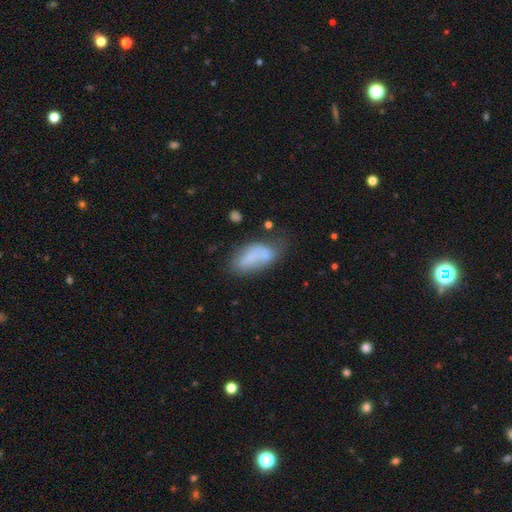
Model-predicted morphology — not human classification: Smooth or featured? Predicted: smooth (p=0.66). How rounded? Predicted: in between (p=0.89). Merging? Predicted: none (p=0.40).